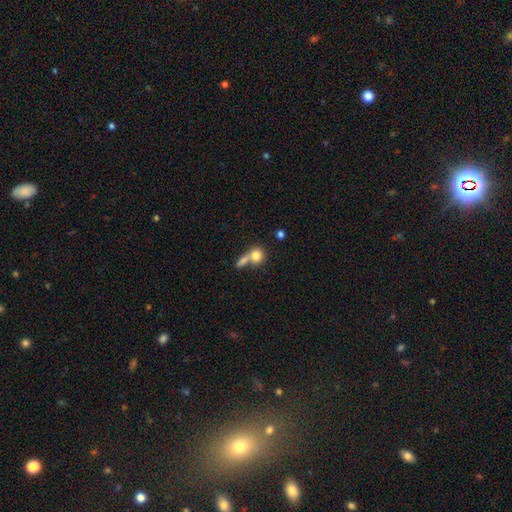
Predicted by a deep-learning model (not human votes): The model was most divided on "merging": merger: 50%, none: 35%, minor disturbance: 8%, major disturbance: 6%. More confident: smooth or featured — smooth (78%); how rounded — round (75%).